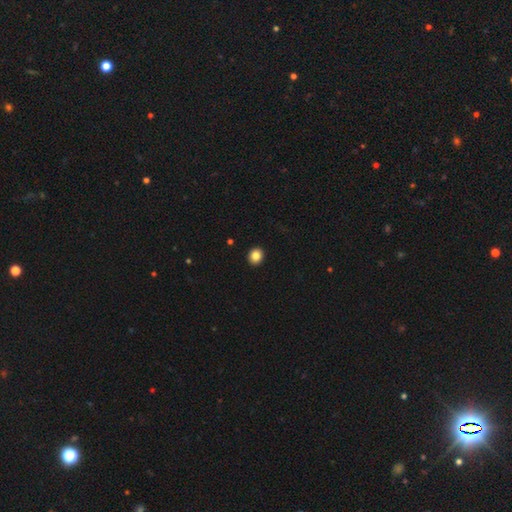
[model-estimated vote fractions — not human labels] The model was most divided on "how rounded": round: 74%, in between: 25%, cigar-shaped: 1%. More confident: merging — none (93%); smooth or featured — smooth (86%).